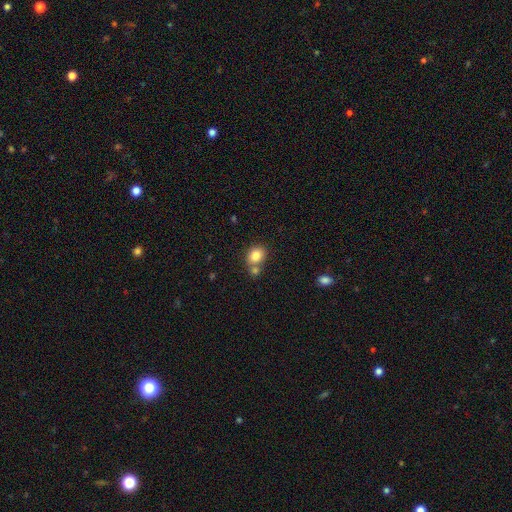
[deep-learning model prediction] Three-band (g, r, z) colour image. It shows a smooth galaxy with no disk features (82%) that is round (60%). Merging: none (54%).